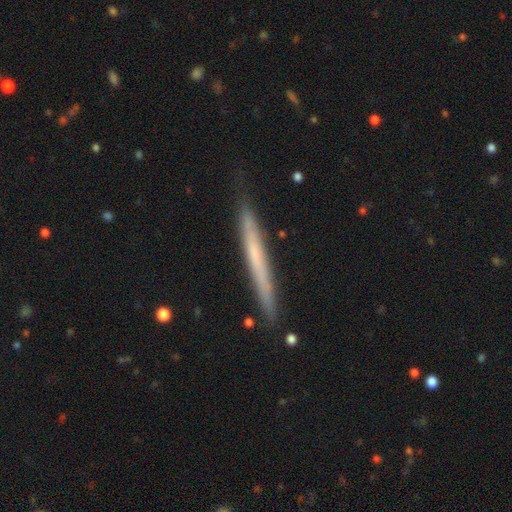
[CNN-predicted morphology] Smooth or featured?
  - featured or disk: 47% *
  - smooth: 46%
  - star or artifact: 6%
Merging?
  - none: 84% *
  - minor disturbance: 13%
  - major disturbance: 2%
  - merger: 2%